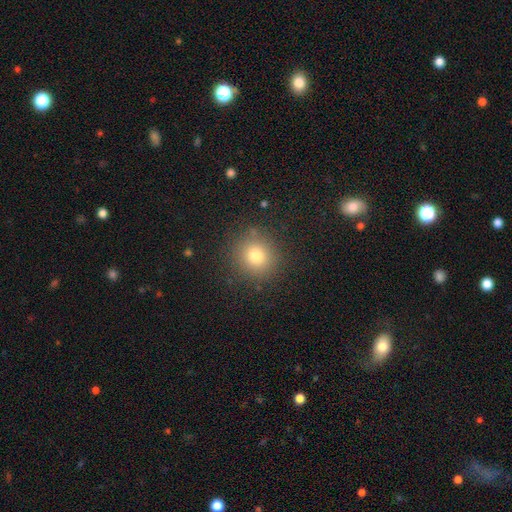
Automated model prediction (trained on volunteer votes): Smooth or featured: smooth — 76% (star or artifact — 15%)
How rounded: round — 92% (in between — 7%)
Merging: none — 88% (minor disturbance — 7%)